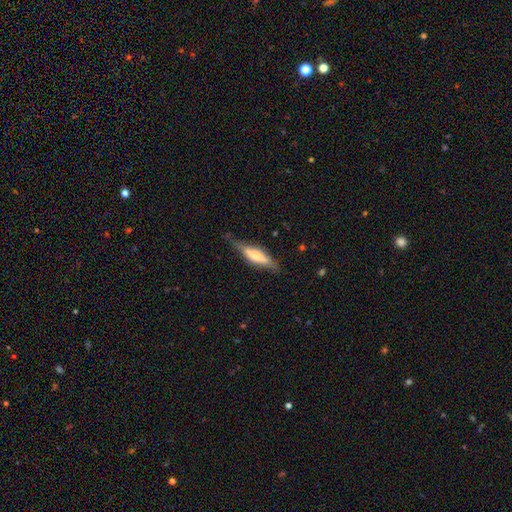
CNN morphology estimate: Smooth or featured?
  - smooth: 48% *
  - featured or disk: 46%
  - star or artifact: 6%
Merging?
  - none: 67% *
  - minor disturbance: 24%
  - major disturbance: 7%
  - merger: 2%